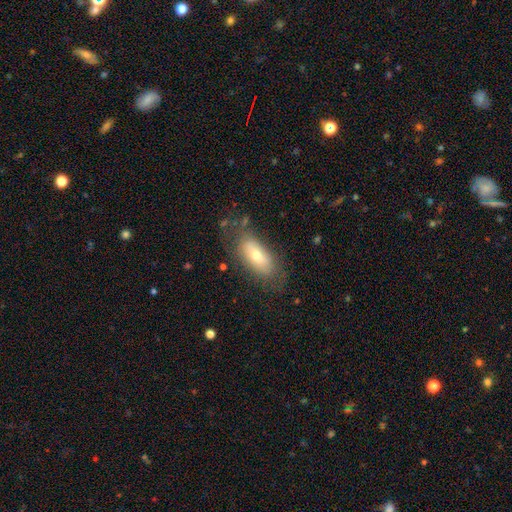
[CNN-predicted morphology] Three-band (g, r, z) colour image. It shows a smooth galaxy with no disk features (52%) that is in between round and cigar-shaped (80%). Merging: none (69%).